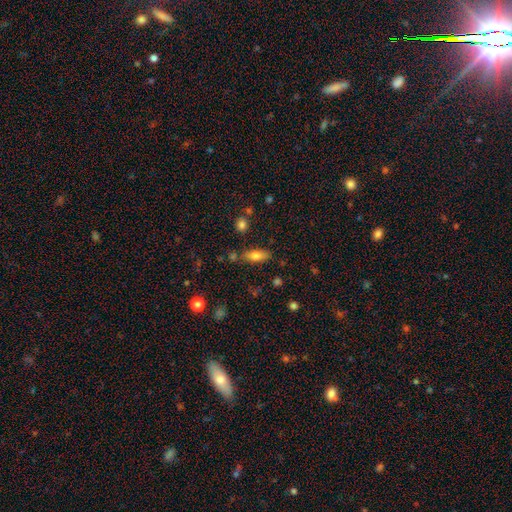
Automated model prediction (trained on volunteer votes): This appears to be a smooth galaxy with no disk features (75%) that is in between round and cigar-shaped (74%). Merging: none (74%).